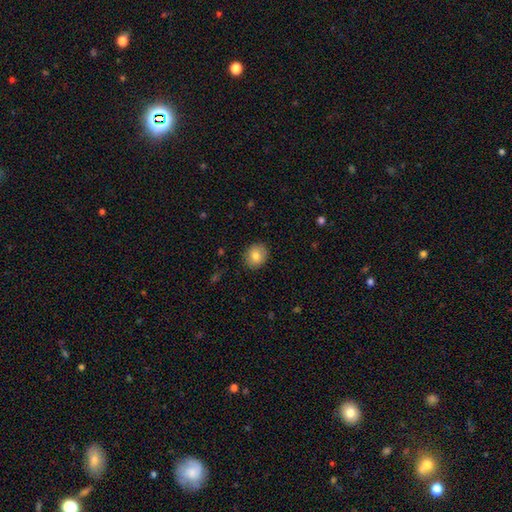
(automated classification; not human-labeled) Smooth or featured? smooth (81%)
How rounded? round (75%)
Merging? none (87%)